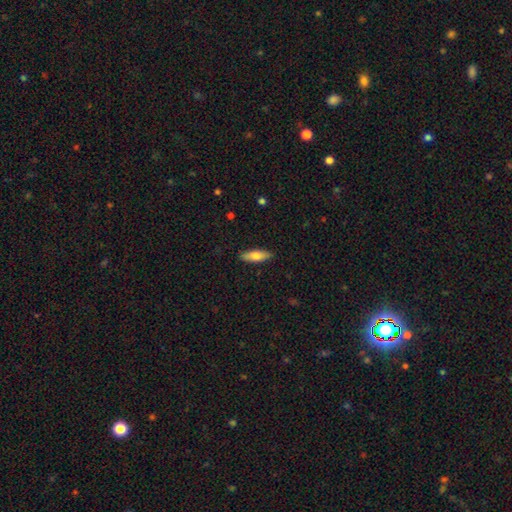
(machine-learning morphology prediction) smooth-or-featured: smooth: 74% | featured or disk: 20% | star or artifact: 6%
  how-rounded: in between: 51% | cigar-shaped: 47% | round: 2%
  merging: none: 88% | minor disturbance: 9% | major disturbance: 2% | merger: 1%